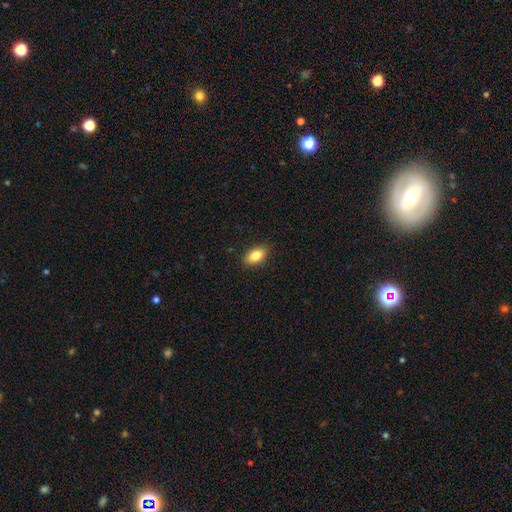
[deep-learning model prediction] Smooth or featured? smooth (83%)
How rounded? in between (89%)
Merging? none (88%)